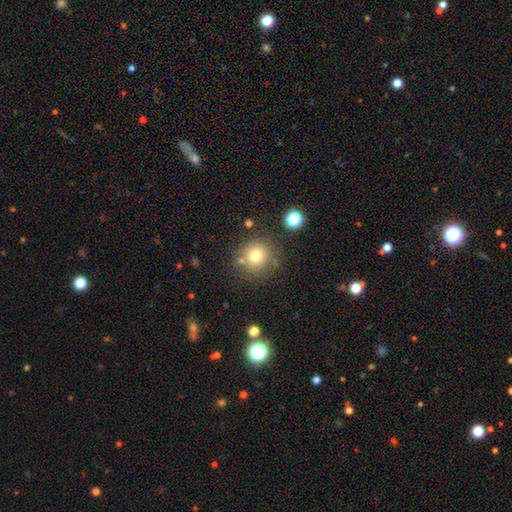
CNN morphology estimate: This appears to be a smooth galaxy with no disk features (76%) that is round (92%). Merging: none (77%).